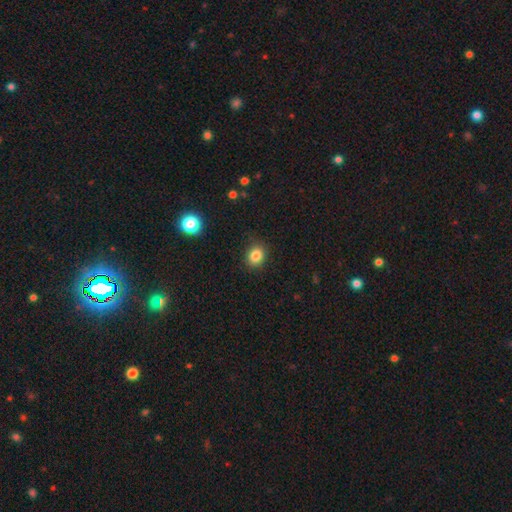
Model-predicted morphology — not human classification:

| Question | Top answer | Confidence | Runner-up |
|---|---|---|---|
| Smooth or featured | smooth | 83% | star or artifact (11%) |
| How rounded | round | 68% | in between (31%) |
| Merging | none | 87% | minor disturbance (9%) |